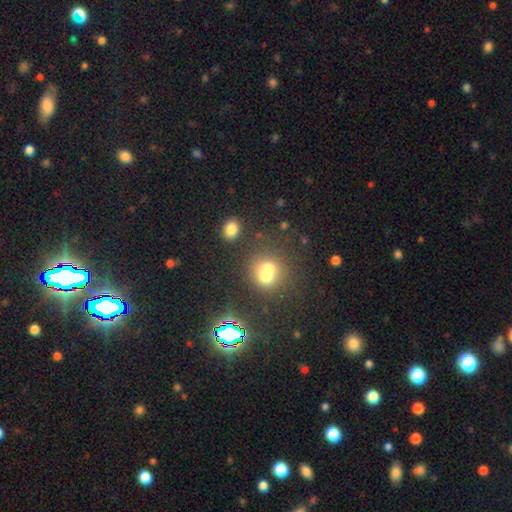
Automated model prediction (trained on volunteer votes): Smooth or featured? star or artifact (47%)